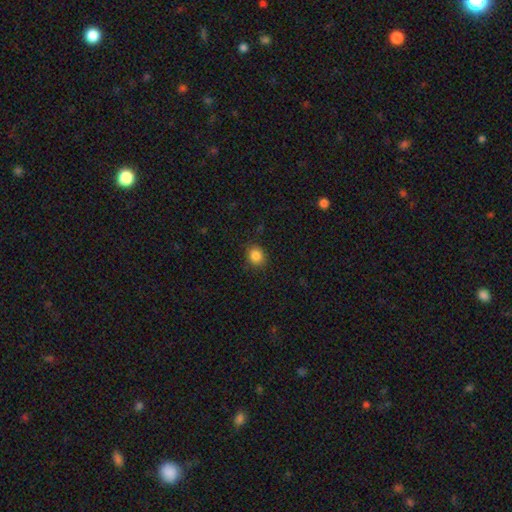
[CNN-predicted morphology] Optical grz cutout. It shows a smooth galaxy with no disk features (85%) that is round (71%). Merging: none (86%).